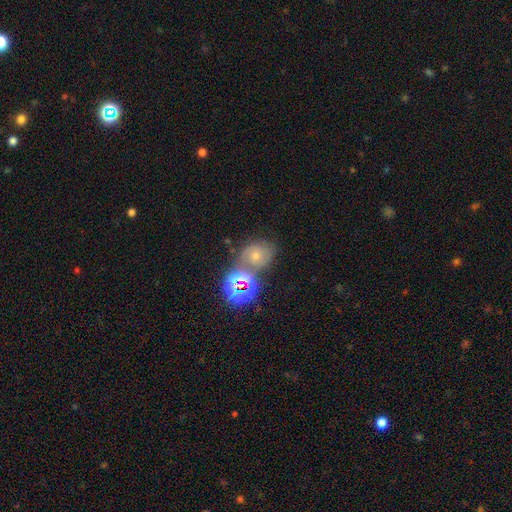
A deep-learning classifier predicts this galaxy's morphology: A smooth galaxy with no disk features (42%).

Vote fractions:
- Smooth or featured? smooth: 42% / star or artifact: 31% / featured or disk: 26%
- Merging? none: 50% / merger: 25% / minor disturbance: 16% / major disturbance: 9%